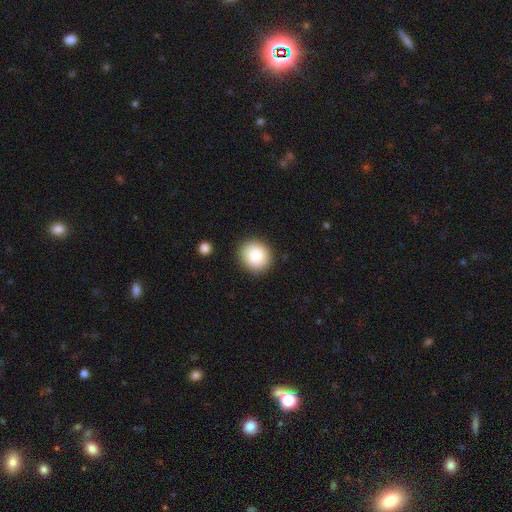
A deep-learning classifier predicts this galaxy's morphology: Smooth or featured? smooth (83%)
How rounded? round (84%)
Merging? none (89%)